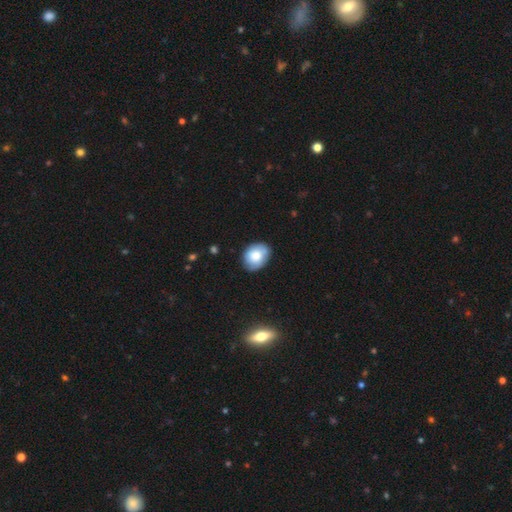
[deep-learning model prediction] Overall: smooth (77%). How rounded: in between (60%; round 40%). Merging: none (79%).